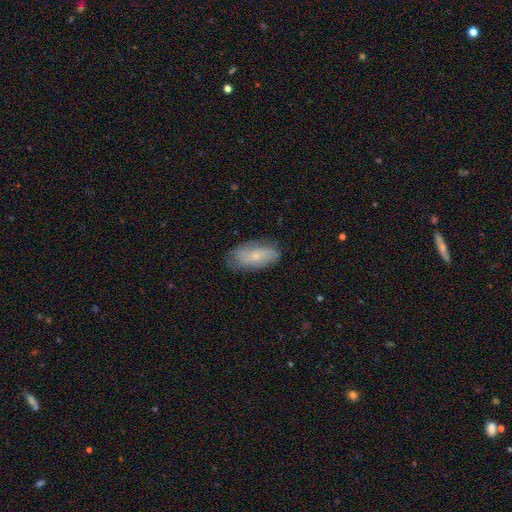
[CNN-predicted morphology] Overall: smooth (48%; featured or disk 45%). Merging: none (72%).